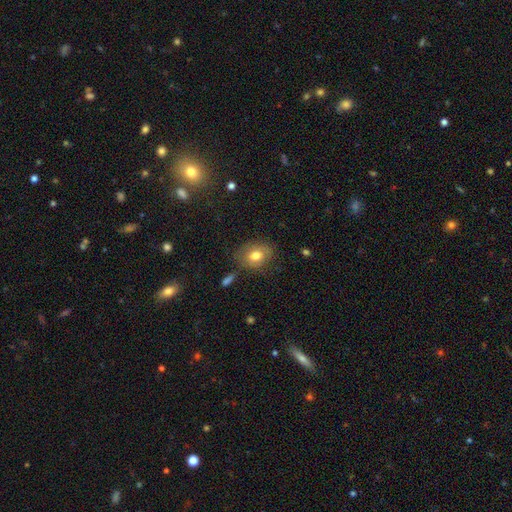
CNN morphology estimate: The model was most divided on "how rounded": in between: 62%, round: 37%, cigar-shaped: 1%. More confident: merging — none (74%); smooth or featured — smooth (74%).